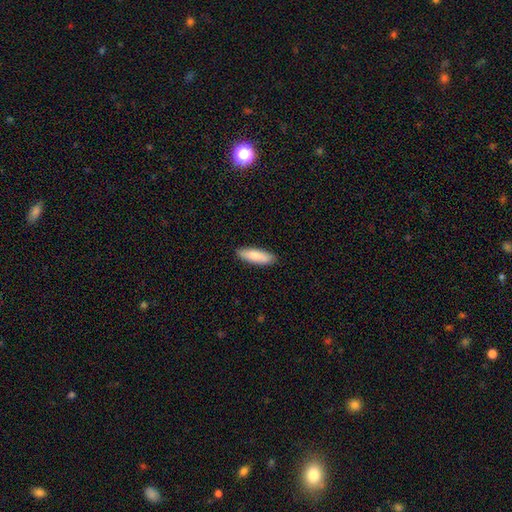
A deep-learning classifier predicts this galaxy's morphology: Smooth or featured? smooth (85%)
How rounded? cigar-shaped (51%)
Merging? none (89%)